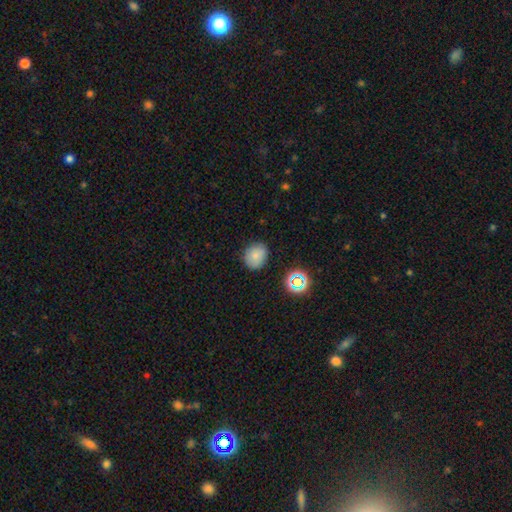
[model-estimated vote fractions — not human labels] Smooth or featured? Predicted: smooth (p=0.79). How rounded? Predicted: round (p=0.62). Merging? Predicted: none (p=0.83).